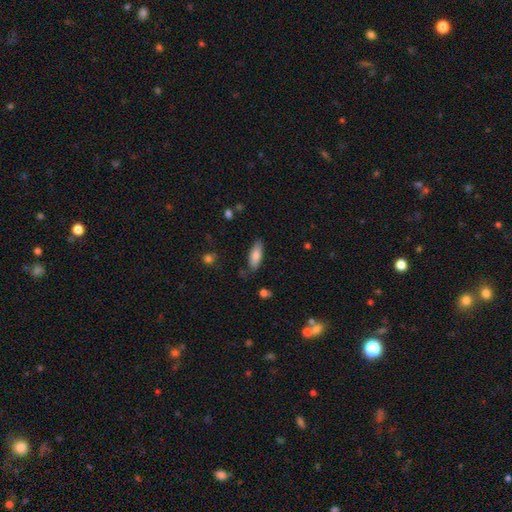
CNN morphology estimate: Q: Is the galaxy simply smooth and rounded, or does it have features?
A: smooth — 81%.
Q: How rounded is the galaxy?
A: in between — 70%.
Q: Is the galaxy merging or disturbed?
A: none — 76%.